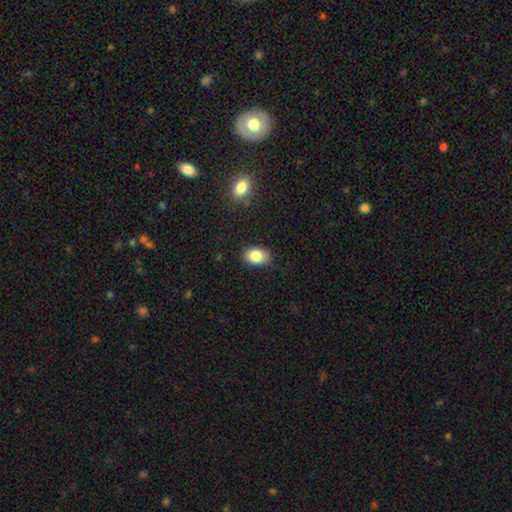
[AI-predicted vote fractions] smooth-or-featured: smooth: 82% | featured or disk: 9% | star or artifact: 9%
  how-rounded: in between: 81% | round: 17% | cigar-shaped: 1%
  merging: none: 82% | minor disturbance: 14% | major disturbance: 3% | merger: 1%